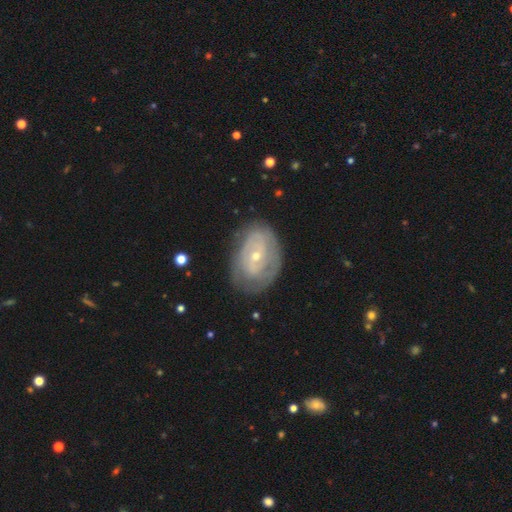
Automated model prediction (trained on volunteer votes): smooth_or_featured: featured or disk (p=0.73) [alt: smooth p=0.21]
disk_edge_on: no (p=0.95) [alt: yes p=0.05]
bar: no (p=0.65) [alt: weak p=0.27]
has_spiral_arms: yes (p=0.71) [alt: no p=0.29]
bulge_size: small (p=0.66) [alt: moderate p=0.31]
merging: none (p=0.69) [alt: minor disturbance p=0.21]